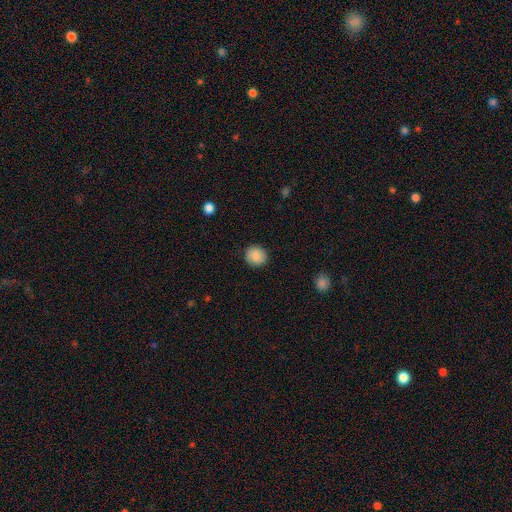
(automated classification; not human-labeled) Smooth or featured? smooth (87%)
How rounded? round (85%)
Merging? none (90%)